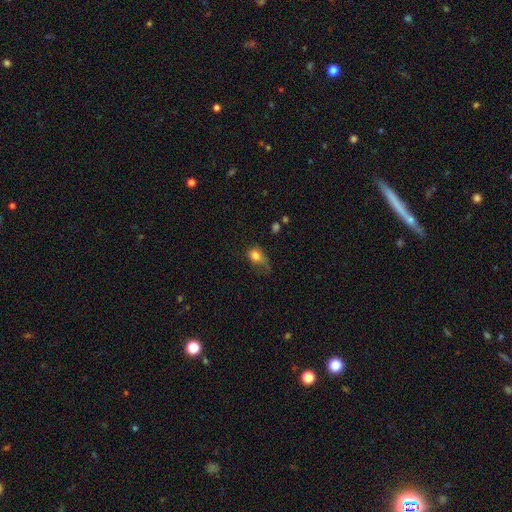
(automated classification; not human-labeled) A smooth galaxy with no disk features (79%) that is in between round and cigar-shaped (60%).

Vote fractions:
- Smooth or featured? smooth: 79% / featured or disk: 12% / star or artifact: 9%
- How rounded? in between: 60% / round: 38% / cigar-shaped: 2%
- Merging? major disturbance: 36% / minor disturbance: 34% / none: 27% / merger: 3%